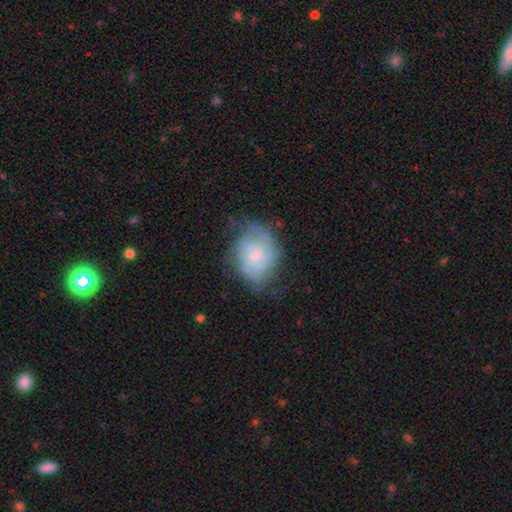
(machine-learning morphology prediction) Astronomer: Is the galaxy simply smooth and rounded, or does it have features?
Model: featured or disk — 70%.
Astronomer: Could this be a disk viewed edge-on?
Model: no — 98%.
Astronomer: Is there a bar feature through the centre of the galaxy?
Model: no — 47%, tied with weak at 47%.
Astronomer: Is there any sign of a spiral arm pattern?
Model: yes — 87%.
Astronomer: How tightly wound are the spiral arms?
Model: tight — 55% (runner-up: medium, 35%).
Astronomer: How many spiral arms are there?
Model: can't tell — 42% (runner-up: 2, 37%).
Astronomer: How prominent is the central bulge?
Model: small — 53% (runner-up: moderate, 38%).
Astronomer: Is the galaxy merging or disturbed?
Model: none — 59%.